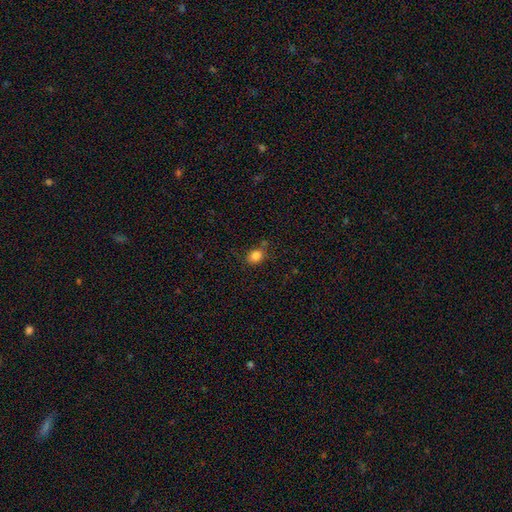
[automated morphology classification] Smooth or featured?
  - smooth: 84% *
  - star or artifact: 11%
  - featured or disk: 5%
How rounded?
  - in between: 55% *
  - round: 44%
  - cigar-shaped: 1%
Merging?
  - none: 73% *
  - minor disturbance: 14%
  - merger: 9%
  - major disturbance: 4%